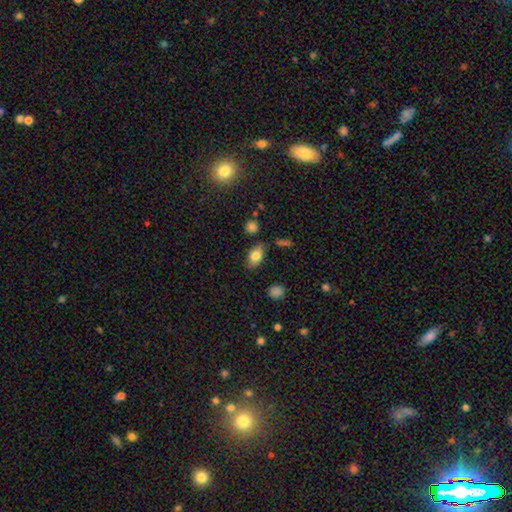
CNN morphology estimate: Overall: smooth (80%). How rounded: in between (88%). Merging: none (78%).